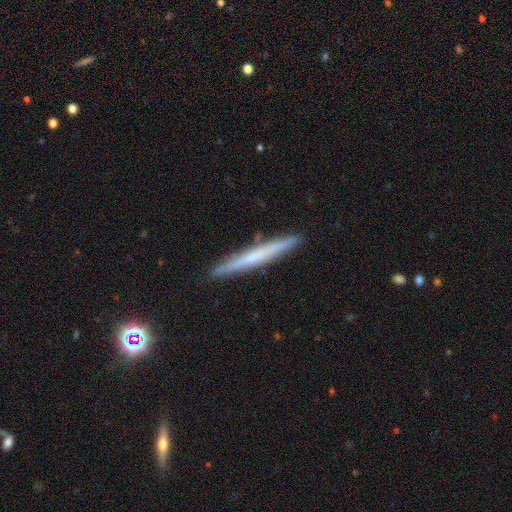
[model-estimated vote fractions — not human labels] This appears to be a smooth galaxy with no disk features (50%). Merging: none (91%).